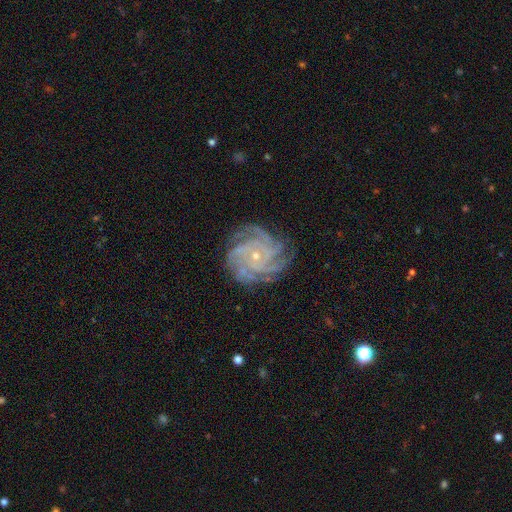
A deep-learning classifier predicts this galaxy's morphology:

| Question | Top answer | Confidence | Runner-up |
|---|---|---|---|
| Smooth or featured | featured or disk | 90% | star or artifact (6%) |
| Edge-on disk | no | 98% | yes (2%) |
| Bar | no | 74% | weak (19%) |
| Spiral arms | yes | 99% | no (1%) |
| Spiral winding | tight | 75% | medium (22%) |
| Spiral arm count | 4 | 33% | more than 4 (28%) |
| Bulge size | small | 79% | moderate (18%) |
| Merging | none | 81% | minor disturbance (14%) |